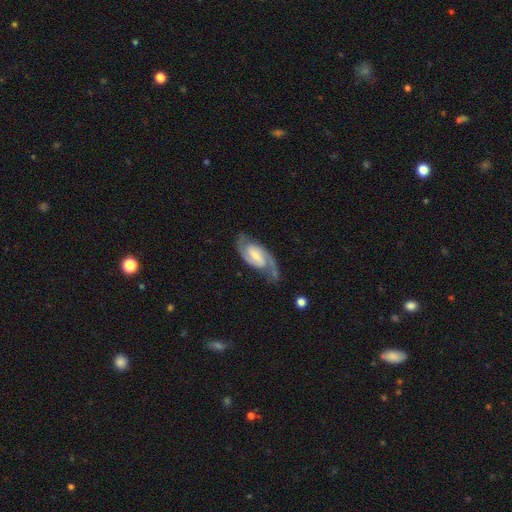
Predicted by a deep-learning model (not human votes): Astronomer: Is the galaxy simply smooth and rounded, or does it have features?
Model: featured or disk — 89%.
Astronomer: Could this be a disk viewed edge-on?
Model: no — 97%.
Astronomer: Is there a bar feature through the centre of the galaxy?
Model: weak — 49% (runner-up: strong, 32%).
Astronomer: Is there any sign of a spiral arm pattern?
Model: yes — 98%.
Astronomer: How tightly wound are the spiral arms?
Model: medium — 54% (runner-up: tight, 33%).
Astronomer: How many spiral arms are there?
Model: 2 — 92%.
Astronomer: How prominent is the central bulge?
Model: small — 46% (runner-up: moderate, 38%).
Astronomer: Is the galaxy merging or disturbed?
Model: none — 75%.